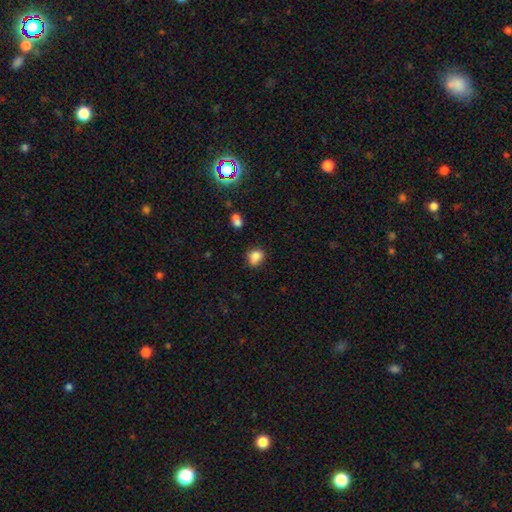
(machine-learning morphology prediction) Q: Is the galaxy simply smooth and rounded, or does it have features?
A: smooth — 83%.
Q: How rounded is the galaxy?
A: round — 60%.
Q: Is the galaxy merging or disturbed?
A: none — 68%.